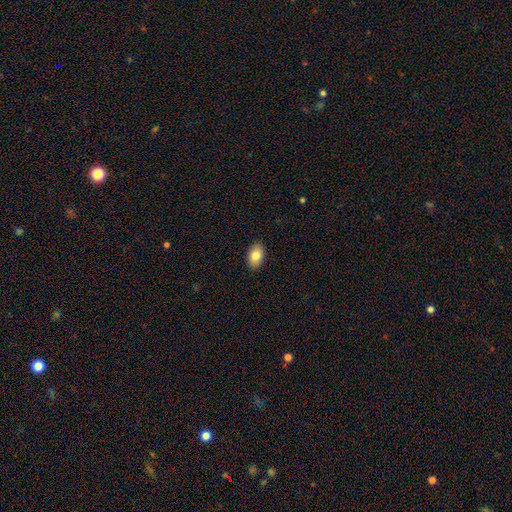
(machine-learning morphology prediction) Smooth or featured: smooth — 82% (featured or disk — 10%)
How rounded: in between — 90% (round — 8%)
Merging: none — 90% (minor disturbance — 7%)